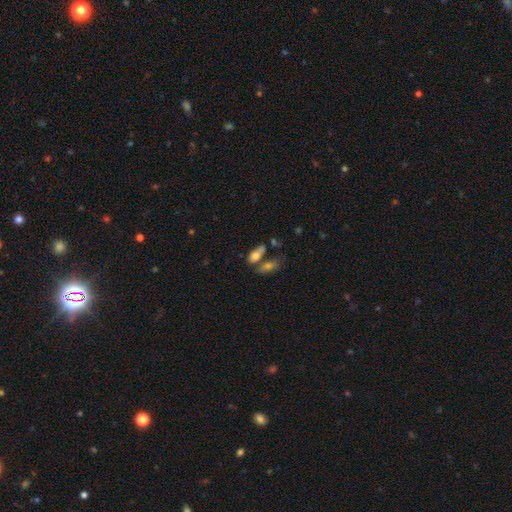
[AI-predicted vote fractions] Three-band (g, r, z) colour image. It shows a smooth galaxy with no disk features (74%) that is in between round and cigar-shaped (83%). Merging: none (45%).